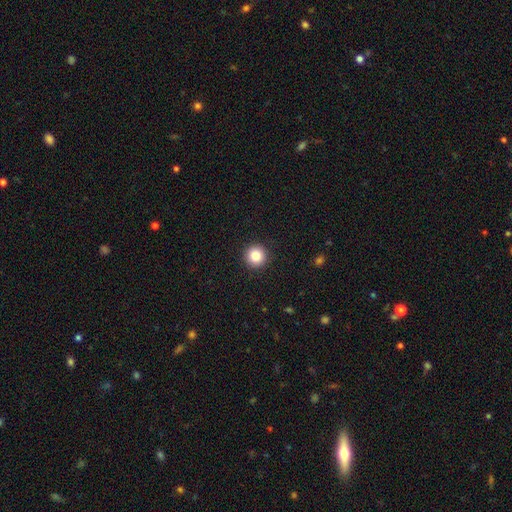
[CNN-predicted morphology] Smooth or featured?
  - smooth: 84% *
  - star or artifact: 10%
  - featured or disk: 6%
How rounded?
  - round: 96% *
  - in between: 3%
  - cigar-shaped: 1%
Merging?
  - none: 93% *
  - minor disturbance: 4%
  - major disturbance: 2%
  - merger: 1%